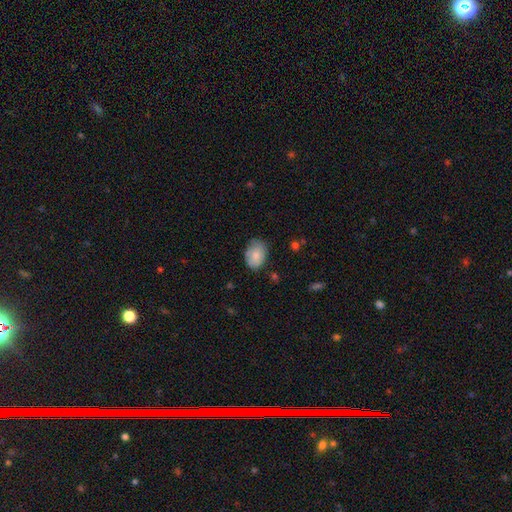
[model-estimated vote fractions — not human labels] A smooth galaxy with no disk features (80%) that is in between round and cigar-shaped (77%).

Vote fractions:
- Smooth or featured? smooth: 80% / featured or disk: 13% / star or artifact: 7%
- How rounded? in between: 77% / round: 22% / cigar-shaped: 1%
- Merging? none: 67% / minor disturbance: 26% / major disturbance: 5% / merger: 2%